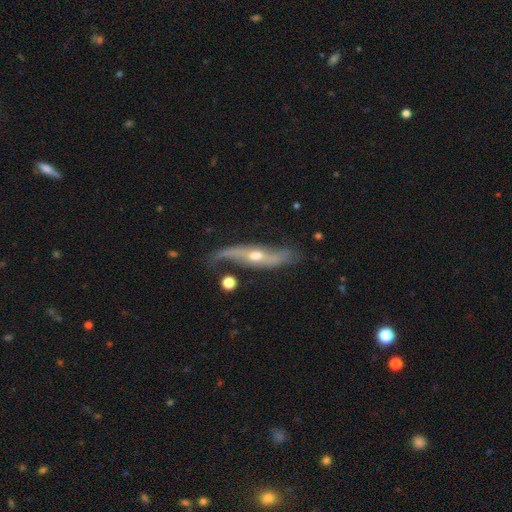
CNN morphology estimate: smooth-or-featured: featured or disk: 77% | smooth: 15% | star or artifact: 8%
  disk-edge-on: yes: 55% | no: 45%
  merging: none: 71% | minor disturbance: 18% | major disturbance: 7% | merger: 4%